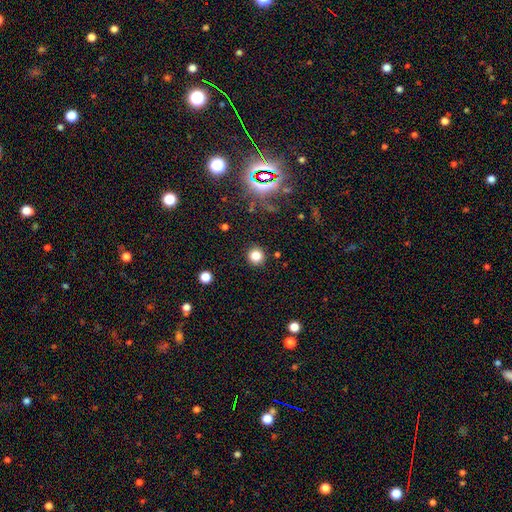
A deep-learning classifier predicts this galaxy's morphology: Smooth or featured: smooth — 81% (star or artifact — 14%)
How rounded: round — 93% (in between — 6%)
Merging: none — 90% (minor disturbance — 6%)